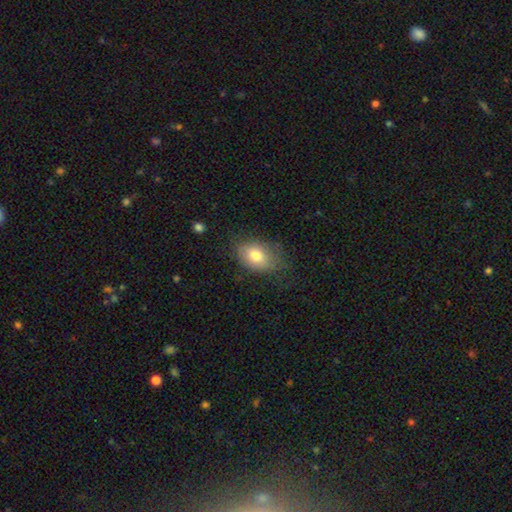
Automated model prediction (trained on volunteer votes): Q: Smooth or featured?
A: smooth (78%); runner-up: featured or disk (14%)
Q: How rounded?
A: in between (80%); runner-up: round (19%)
Q: Merging?
A: none (66%); runner-up: minor disturbance (24%)